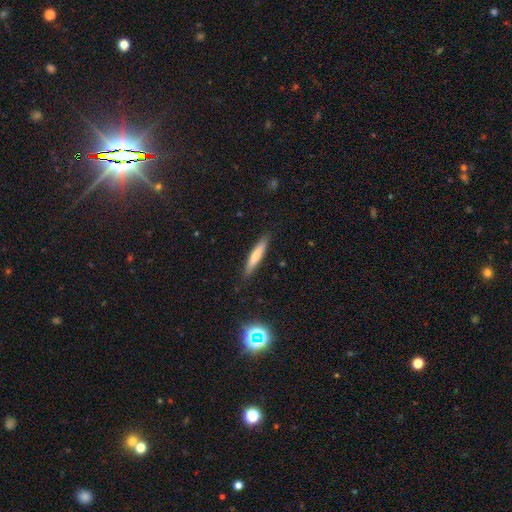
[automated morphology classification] Smooth or featured: smooth — 59% (featured or disk — 32%)
How rounded: cigar-shaped — 91% (in between — 8%)
Merging: none — 89% (minor disturbance — 8%)